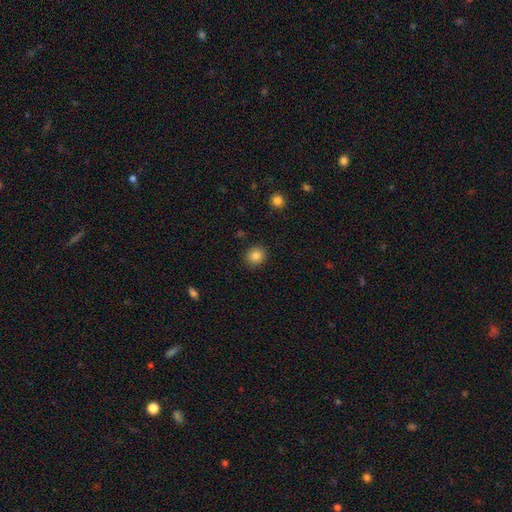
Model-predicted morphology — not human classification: Smooth or featured? smooth (85%)
How rounded? round (79%)
Merging? none (90%)